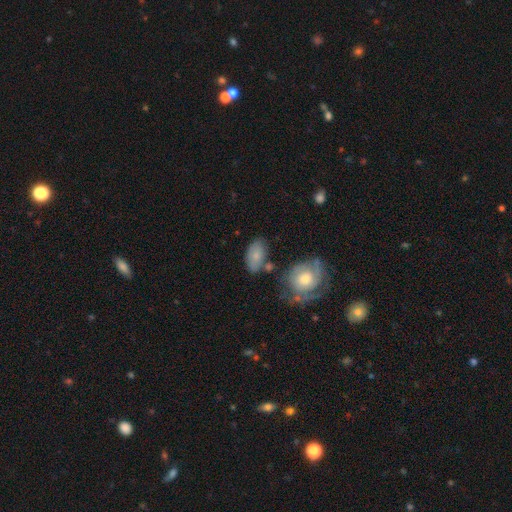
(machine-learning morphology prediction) The model was most divided on "merging": none: 62%, minor disturbance: 20%, merger: 10%, major disturbance: 7%. More confident: how rounded — in between (90%); smooth or featured — smooth (73%).